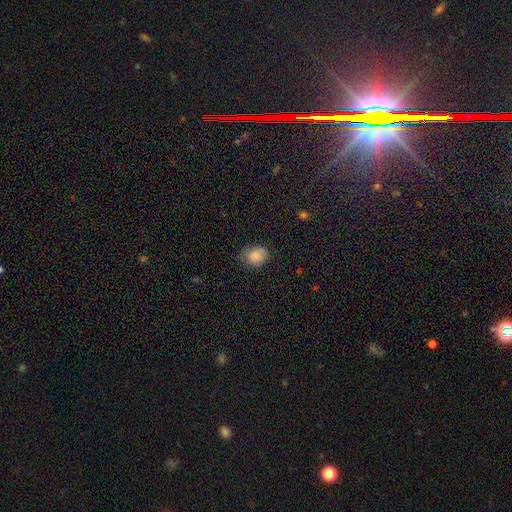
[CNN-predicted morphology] Smooth or featured?
  - smooth: 84% *
  - star or artifact: 9%
  - featured or disk: 7%
How rounded?
  - in between: 50% *
  - round: 49%
  - cigar-shaped: 1%
Merging?
  - none: 69% *
  - minor disturbance: 25%
  - major disturbance: 5%
  - merger: 1%